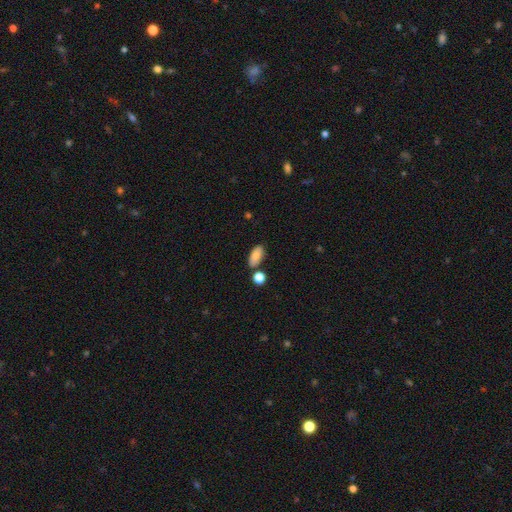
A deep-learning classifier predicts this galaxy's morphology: smooth-or-featured: smooth: 82% | featured or disk: 10% | star or artifact: 8%
  how-rounded: in between: 90% | cigar-shaped: 6% | round: 4%
  merging: none: 75% | minor disturbance: 13% | merger: 9% | major disturbance: 3%